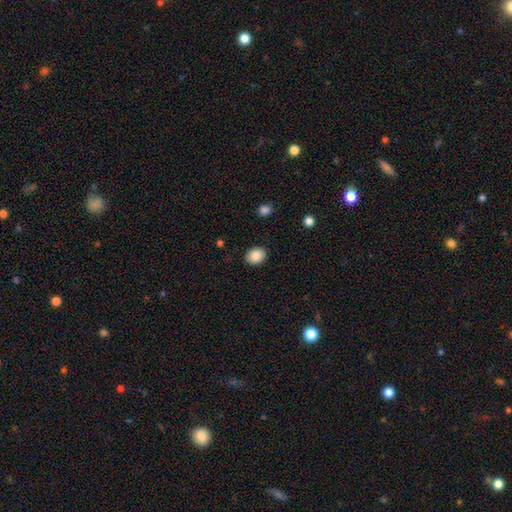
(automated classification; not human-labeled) This is clearly a smooth galaxy (85%). How rounded: possibly in between (53%). Merging: clearly none (90%).